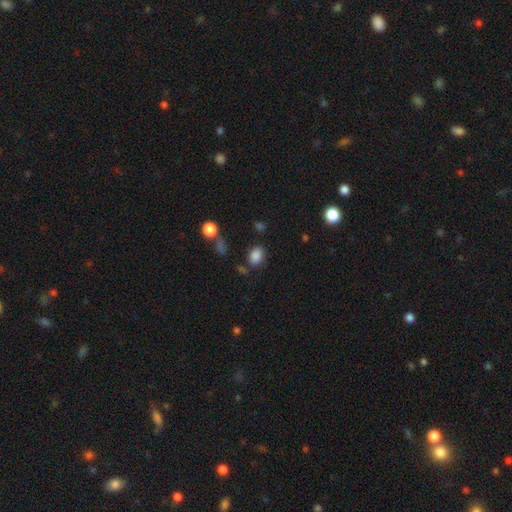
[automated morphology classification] This appears to be a smooth galaxy with no disk features (84%) that is in between round and cigar-shaped (68%). Merging: none (74%).